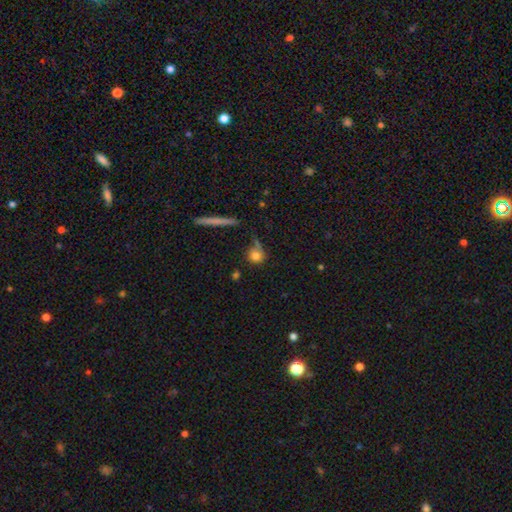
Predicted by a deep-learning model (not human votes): Q: Smooth or featured?
A: smooth (74%); runner-up: featured or disk (16%)
Q: How rounded?
A: round (81%); runner-up: in between (14%)
Q: Merging?
A: none (57%); runner-up: minor disturbance (21%)